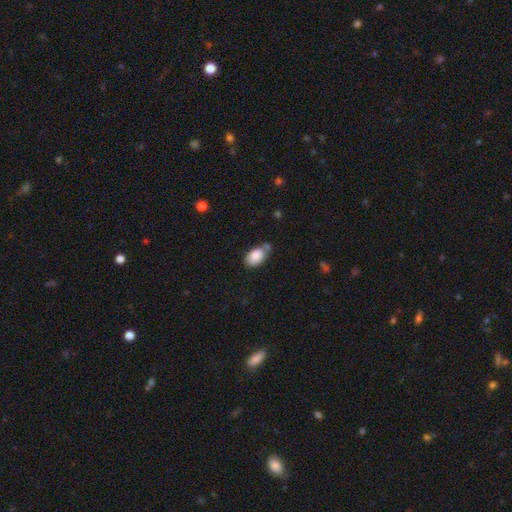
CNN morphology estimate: Overall: smooth (86%). How rounded: in between (92%). Merging: none (55%; minor disturbance 23%).